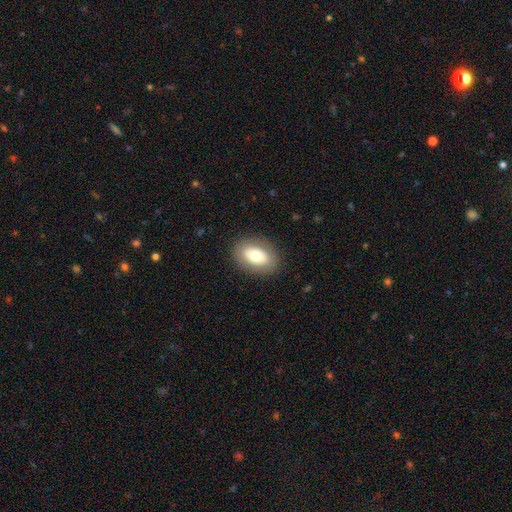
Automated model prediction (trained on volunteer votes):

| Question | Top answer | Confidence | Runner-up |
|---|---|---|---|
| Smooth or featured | smooth | 70% | featured or disk (22%) |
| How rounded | in between | 84% | round (14%) |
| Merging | none | 86% | minor disturbance (9%) |